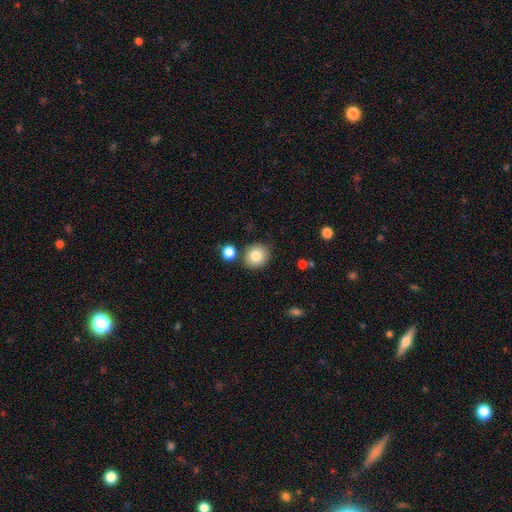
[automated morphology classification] The model was most divided on "smooth or featured": smooth: 82%, star or artifact: 9%, featured or disk: 8%. More confident: how rounded — round (87%); merging — none (83%).